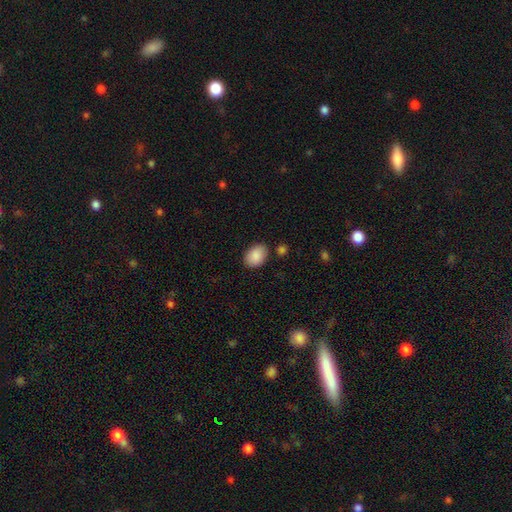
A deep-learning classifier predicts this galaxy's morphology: The model was most divided on "how rounded": in between: 83%, round: 16%, cigar-shaped: 1%. More confident: smooth or featured — smooth (89%); merging — none (81%).